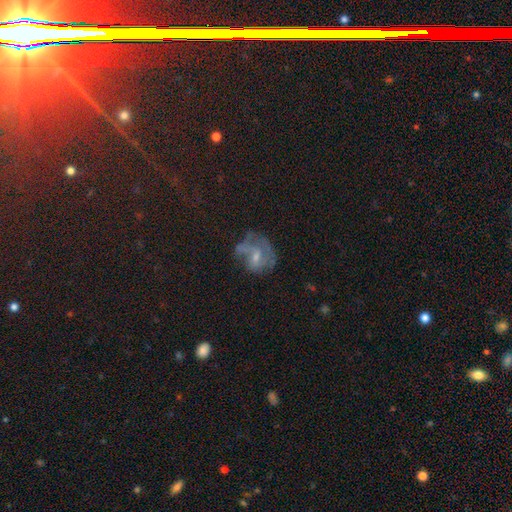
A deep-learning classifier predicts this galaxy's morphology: type=featured or disk (60%); edge-on=no (97%); bar=no (51%); spiral arms=yes (66%); bulge=small (55%); merging=none (39%).